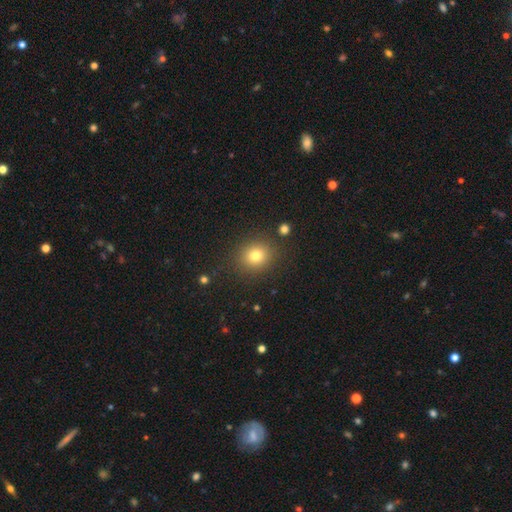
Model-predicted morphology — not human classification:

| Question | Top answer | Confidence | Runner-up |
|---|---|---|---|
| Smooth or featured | smooth | 79% | star or artifact (13%) |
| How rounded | round | 78% | in between (21%) |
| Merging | none | 87% | minor disturbance (8%) |